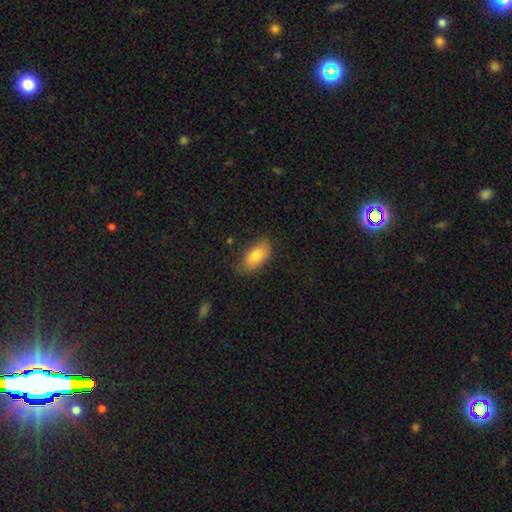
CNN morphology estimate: The model was most divided on "merging": none: 75%, minor disturbance: 20%, major disturbance: 4%, merger: 1%. More confident: how rounded — in between (90%); smooth or featured — smooth (80%).